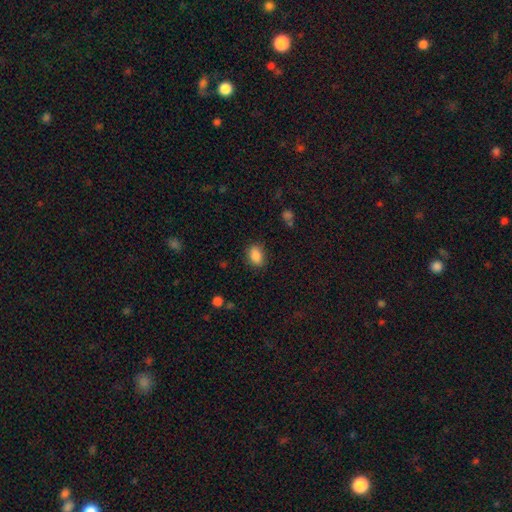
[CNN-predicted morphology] type=smooth (87%); roundness=in between (79%); merging=none (83%).